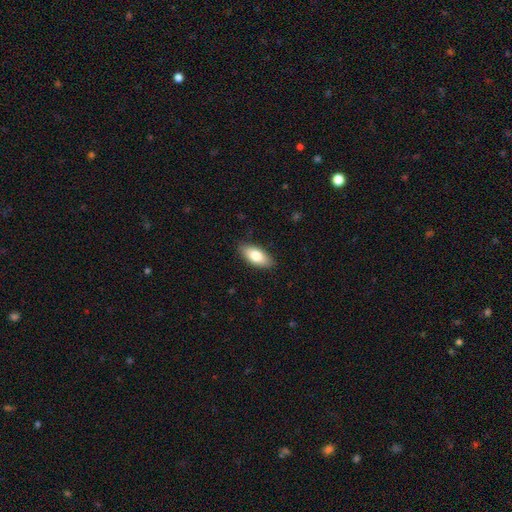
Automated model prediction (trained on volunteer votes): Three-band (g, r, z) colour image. It shows a smooth galaxy with no disk features (80%) that is in between round and cigar-shaped (88%). Merging: none (86%).